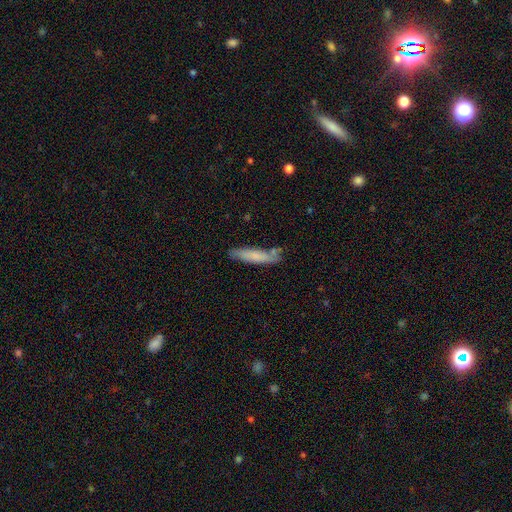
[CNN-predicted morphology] Q: Smooth or featured?
A: smooth (72%); runner-up: featured or disk (22%)
Q: How rounded?
A: cigar-shaped (84%); runner-up: in between (14%)
Q: Merging?
A: none (77%); runner-up: minor disturbance (15%)